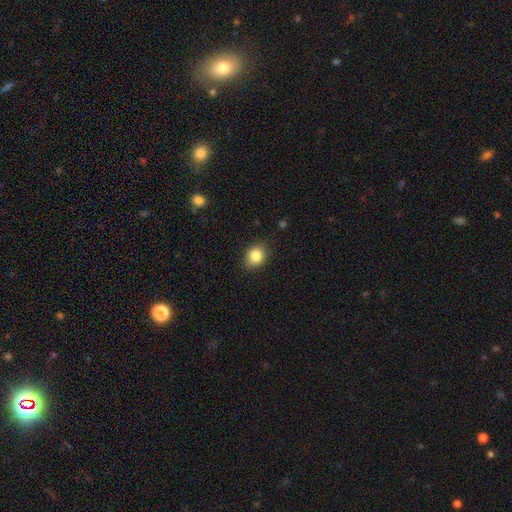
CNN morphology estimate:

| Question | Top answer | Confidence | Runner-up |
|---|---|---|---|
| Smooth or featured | smooth | 85% | star or artifact (10%) |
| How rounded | round | 62% | in between (38%) |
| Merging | none | 84% | minor disturbance (12%) |